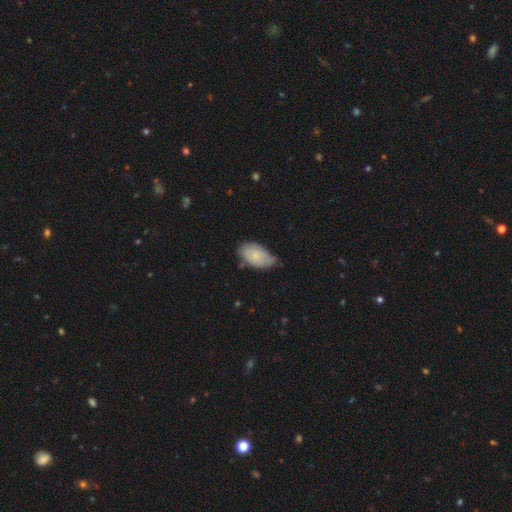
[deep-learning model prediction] A smooth galaxy with no disk features (70%) that is in between round and cigar-shaped (93%). Merging: none (45%).